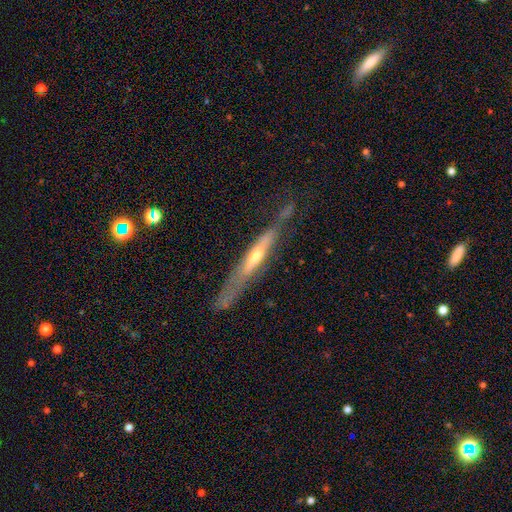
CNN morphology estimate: A featured or disk galaxy (68%) viewed edge-on (84%) with a rounded central bulge (67%).

Vote fractions:
- Smooth or featured? featured or disk: 68% / smooth: 26% / star or artifact: 6%
- Edge-on disk? yes: 84% / no: 16%
- Edge-on bulge? rounded: 67% / none: 27% / boxy: 6%
- Merging? none: 54% / minor disturbance: 26% / major disturbance: 15% / merger: 4%